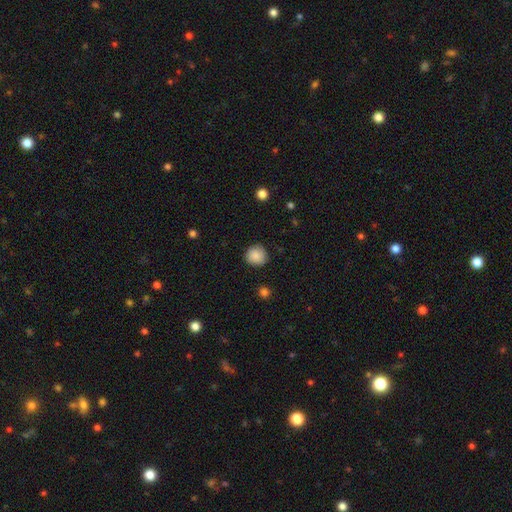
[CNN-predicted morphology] smooth-or-featured: smooth: 88% | star or artifact: 8% | featured or disk: 4%
  how-rounded: round: 92% | in between: 7% | cigar-shaped: 1%
  merging: none: 87% | minor disturbance: 9% | major disturbance: 2% | merger: 1%